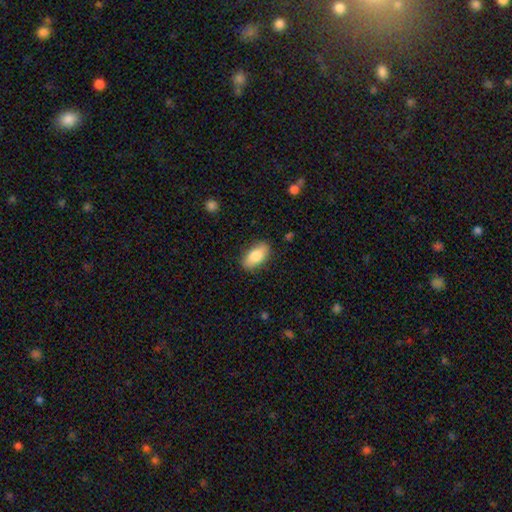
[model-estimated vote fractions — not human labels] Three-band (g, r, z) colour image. It shows a smooth galaxy with no disk features (82%) that is in between round and cigar-shaped (91%). Merging: none (85%).